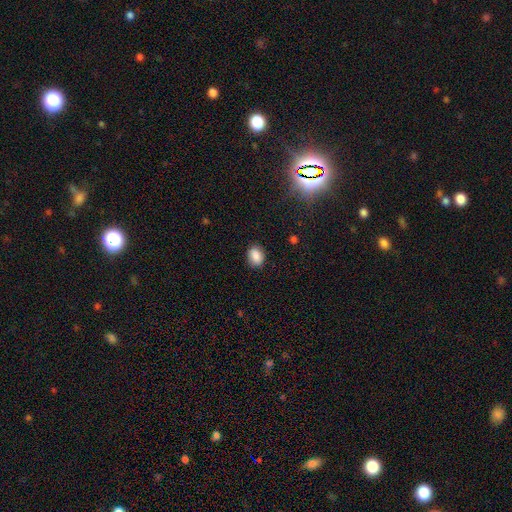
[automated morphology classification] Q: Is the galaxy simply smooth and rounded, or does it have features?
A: smooth — 83%.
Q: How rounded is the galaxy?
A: in between — 57%.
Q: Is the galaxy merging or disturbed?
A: none — 86%.